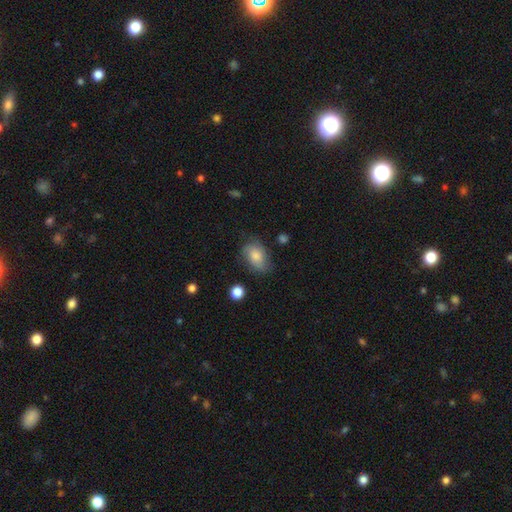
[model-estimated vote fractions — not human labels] A smooth galaxy with no disk features (66%) that is in between round and cigar-shaped (81%). Merging: none (65%).